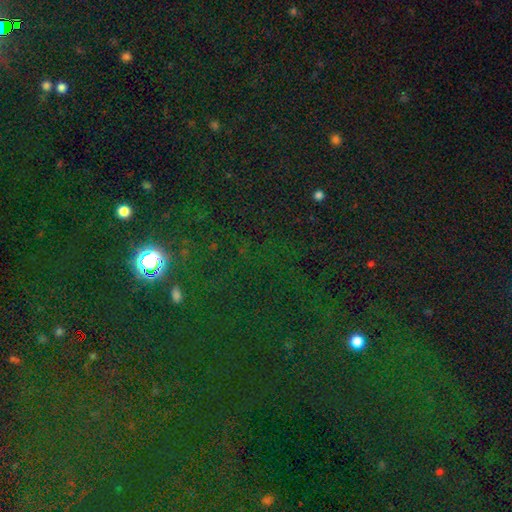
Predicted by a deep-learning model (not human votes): Overall: star or artifact (80%).